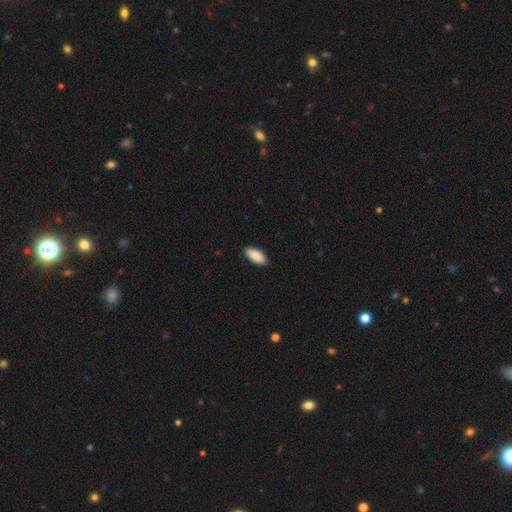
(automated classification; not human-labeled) A smooth galaxy with no disk features (91%) that is in between round and cigar-shaped (92%). Merging: none (89%).